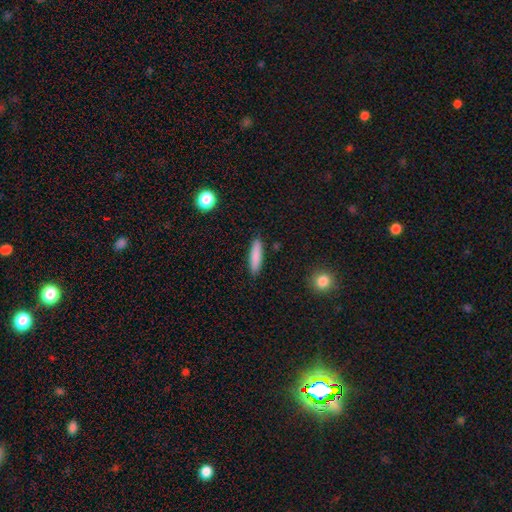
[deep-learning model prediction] smooth-or-featured: smooth: 85% | featured or disk: 9% | star or artifact: 6%
  how-rounded: cigar-shaped: 79% | in between: 20% | round: 2%
  merging: none: 90% | minor disturbance: 7% | major disturbance: 2% | merger: 1%